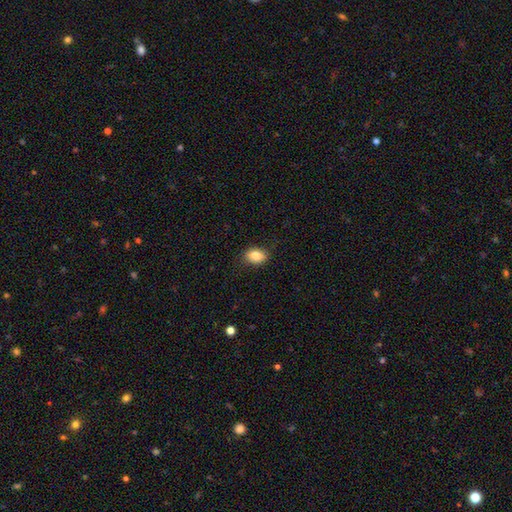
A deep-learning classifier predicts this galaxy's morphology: A smooth galaxy with no disk features (83%) that is in between round and cigar-shaped (78%). Merging: none (83%).